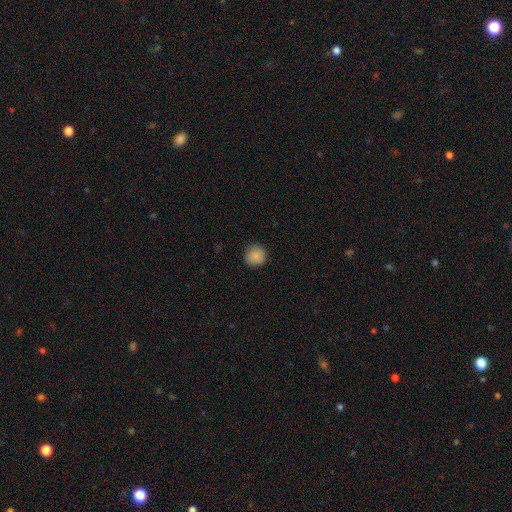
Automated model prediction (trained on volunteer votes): The model was most divided on "smooth or featured": smooth: 88%, star or artifact: 9%, featured or disk: 4%. More confident: how rounded — round (94%); merging — none (89%).